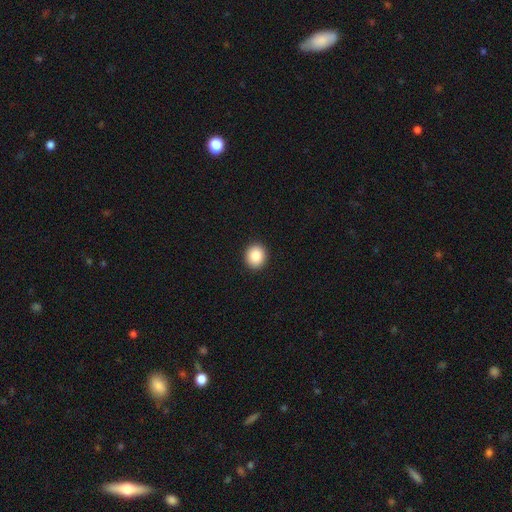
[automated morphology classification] smooth 86%, star or artifact 9%, featured or disk 5%. Down the decision tree: how rounded — round (79%); merging — none (93%).